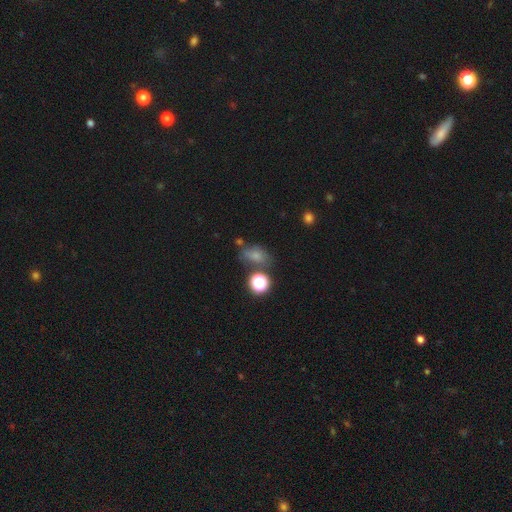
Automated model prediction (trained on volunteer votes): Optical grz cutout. It shows a smooth galaxy with no disk features (66%) that is in between round and cigar-shaped (70%). Merging: none (53%).